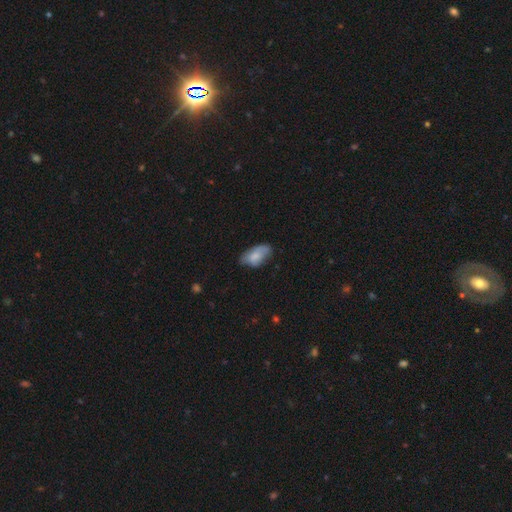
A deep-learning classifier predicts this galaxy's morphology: A smooth galaxy with no disk features (74%) that is in between round and cigar-shaped (93%).

Vote fractions:
- Smooth or featured? smooth: 74% / featured or disk: 19% / star or artifact: 7%
- How rounded? in between: 93% / cigar-shaped: 4% / round: 4%
- Merging? none: 54% / minor disturbance: 34% / major disturbance: 10% / merger: 2%